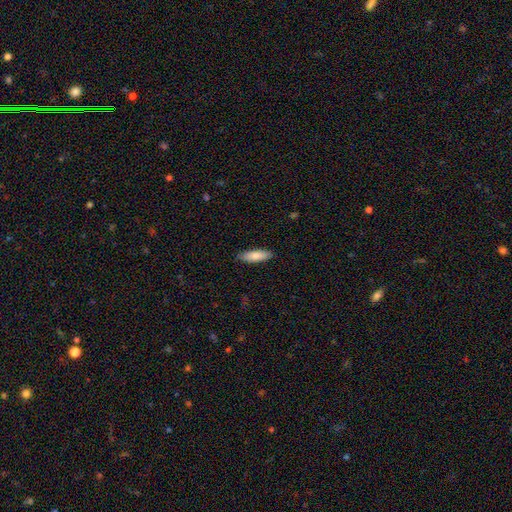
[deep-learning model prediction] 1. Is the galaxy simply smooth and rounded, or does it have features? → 81% smooth, 13% featured or disk, 6% star or artifact.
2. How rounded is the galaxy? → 49% cigar-shaped (tied), 49% in between (tied), 2% round.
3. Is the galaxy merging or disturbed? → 88% none, 9% minor disturbance, 2% major disturbance, 1% merger.